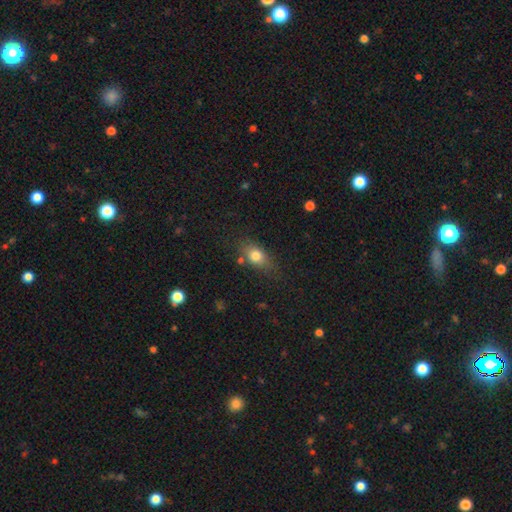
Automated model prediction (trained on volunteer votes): Smooth or featured: smooth — 77% (featured or disk — 13%)
How rounded: in between — 69% (round — 24%)
Merging: none — 68% (minor disturbance — 21%)